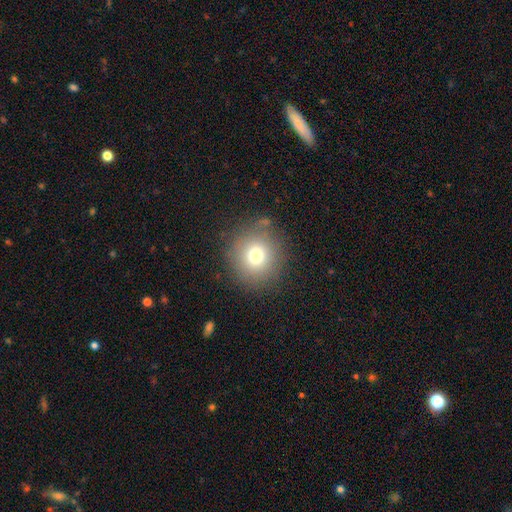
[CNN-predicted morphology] Smooth or featured? smooth (75%)
How rounded? round (94%)
Merging? none (85%)